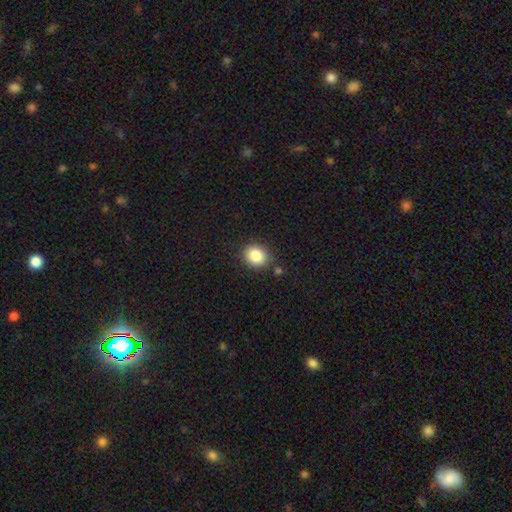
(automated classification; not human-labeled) The model was most divided on "how rounded": round: 69%, in between: 30%, cigar-shaped: 1%. More confident: smooth or featured — smooth (85%); merging — none (84%).